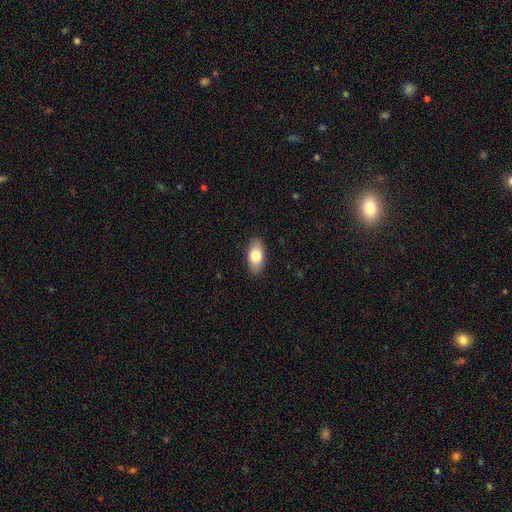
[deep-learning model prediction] This is clearly a smooth galaxy (82%). How rounded: clearly in between (93%). Merging: clearly none (88%).